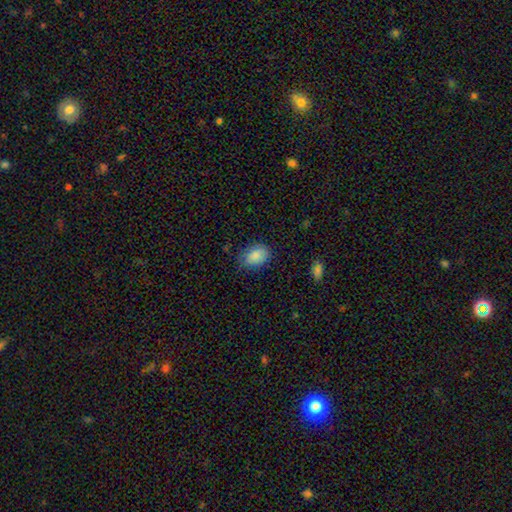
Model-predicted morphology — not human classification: Smooth or featured? smooth (87%)
How rounded? in between (83%)
Merging? none (75%)